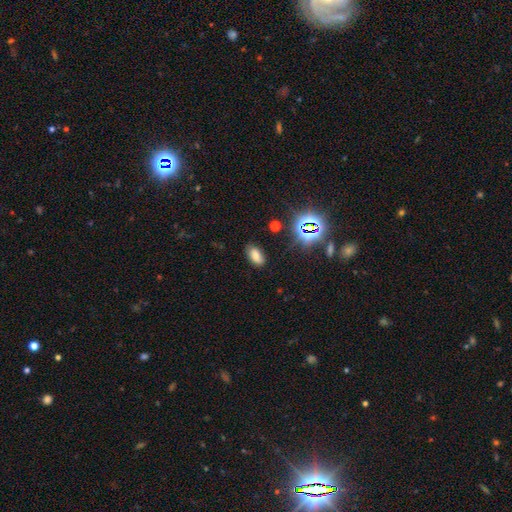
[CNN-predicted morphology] smooth 68%, star or artifact 21%, featured or disk 11%. Down the decision tree: how rounded — in between (92%); merging — none (82%).